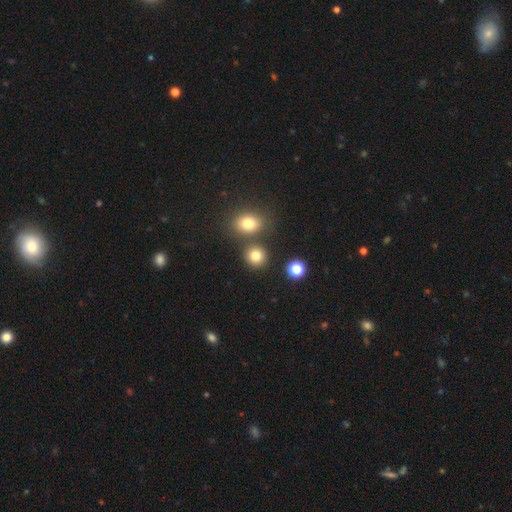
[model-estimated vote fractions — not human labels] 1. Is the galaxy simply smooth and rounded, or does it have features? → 80% smooth, 14% star or artifact, 7% featured or disk.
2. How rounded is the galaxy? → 85% round, 14% in between, 1% cigar-shaped.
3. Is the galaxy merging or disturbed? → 77% none, 12% merger, 8% minor disturbance, 3% major disturbance.